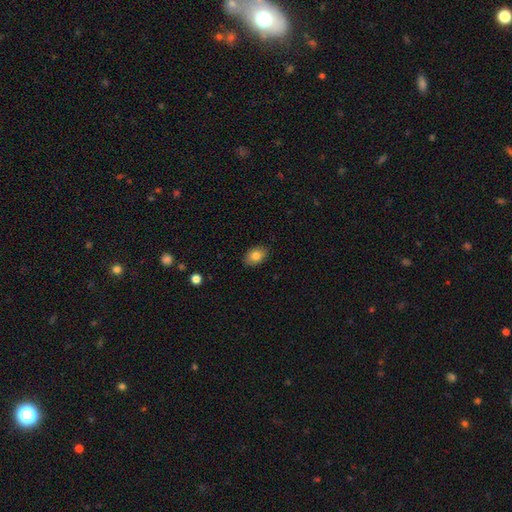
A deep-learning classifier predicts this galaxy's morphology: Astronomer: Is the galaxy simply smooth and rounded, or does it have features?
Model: smooth — 82%.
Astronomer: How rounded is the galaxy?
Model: in between — 82%.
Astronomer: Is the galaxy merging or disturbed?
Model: none — 87%.